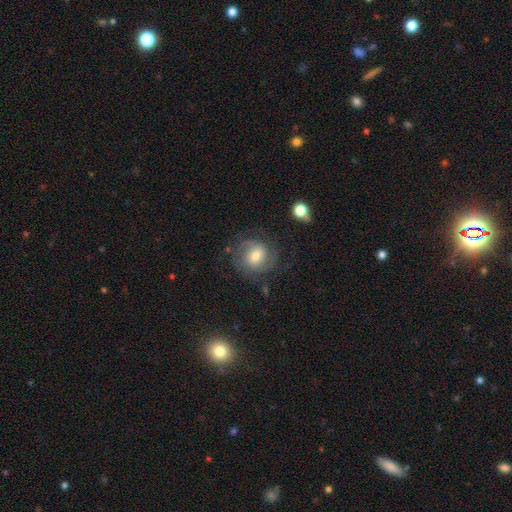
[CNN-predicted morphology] This is likely a featured or disk galaxy (65%). It is clearly not viewed edge-on (97%). Bar: possibly weak (49%). Spiral arm pattern: clearly yes (88%). Spiral arm count: possibly 2 (53%). Spiral winding: marginally tight (45%). Central bulge: likely moderate (62%). Merging: likely none (68%).